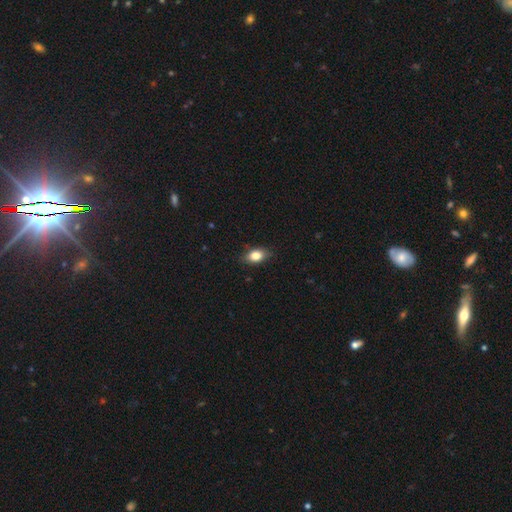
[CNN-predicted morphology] This is clearly a smooth galaxy (83%). How rounded: clearly in between (81%). Merging: clearly none (81%).